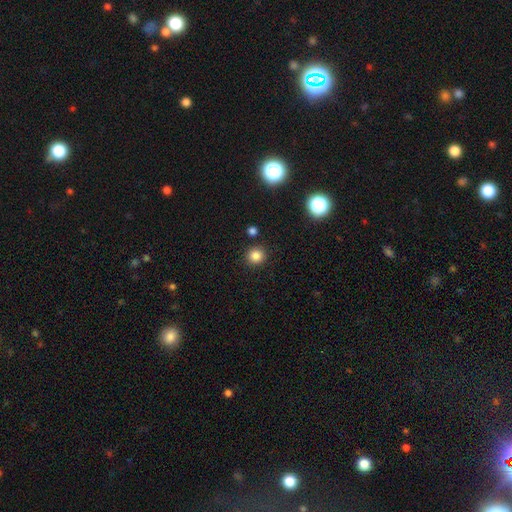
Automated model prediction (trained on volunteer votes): Q: Smooth or featured?
A: smooth (84%); runner-up: star or artifact (13%)
Q: How rounded?
A: round (92%); runner-up: in between (7%)
Q: Merging?
A: none (88%); runner-up: minor disturbance (7%)